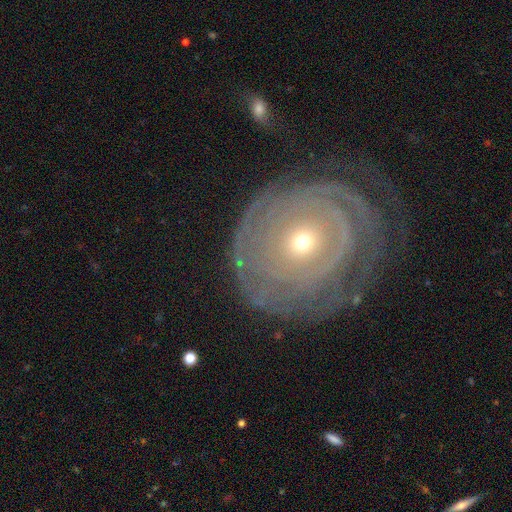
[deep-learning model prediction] smooth_or_featured: featured or disk (p=0.81) [alt: smooth p=0.12]
disk_edge_on: no (p=0.96) [alt: yes p=0.04]
bar: no (p=0.81) [alt: weak p=0.13]
has_spiral_arms: yes (p=0.86) [alt: no p=0.14]
spiral_winding: tight (p=0.87) [alt: medium p=0.10]
spiral_arm_count: can't tell (p=0.45) [alt: 2 p=0.15]
bulge_size: small (p=0.64) [alt: moderate p=0.33]
merging: none (p=0.70) [alt: minor disturbance p=0.17]